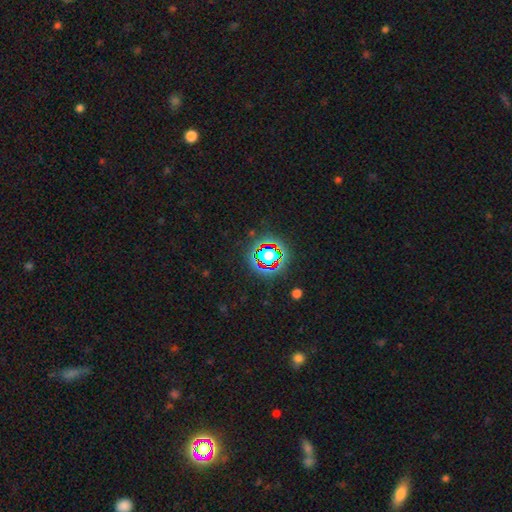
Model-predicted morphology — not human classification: star or artifact 75%, smooth 16%, featured or disk 10%.